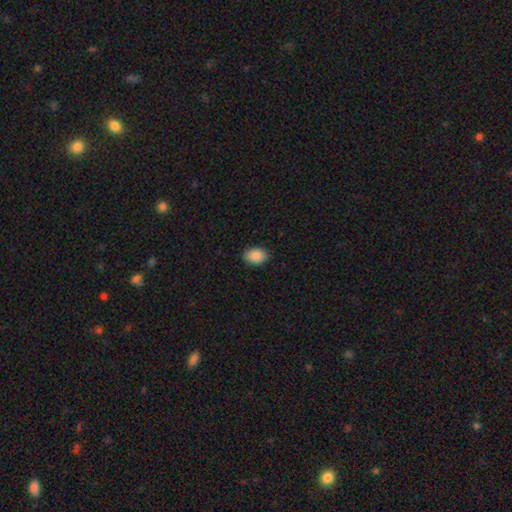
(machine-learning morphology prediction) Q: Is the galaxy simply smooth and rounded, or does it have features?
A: smooth — 90%.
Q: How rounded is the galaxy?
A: in between — 83%.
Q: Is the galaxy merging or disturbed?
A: none — 89%.